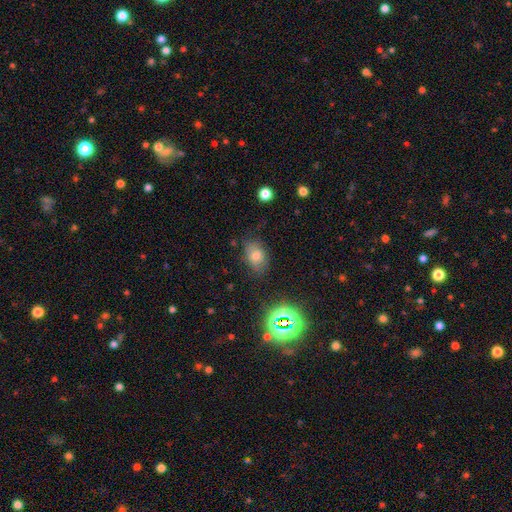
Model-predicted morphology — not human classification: smooth-or-featured: smooth: 70% | star or artifact: 17% | featured or disk: 12%
  how-rounded: in between: 76% | round: 23% | cigar-shaped: 1%
  merging: none: 74% | minor disturbance: 19% | major disturbance: 5% | merger: 2%